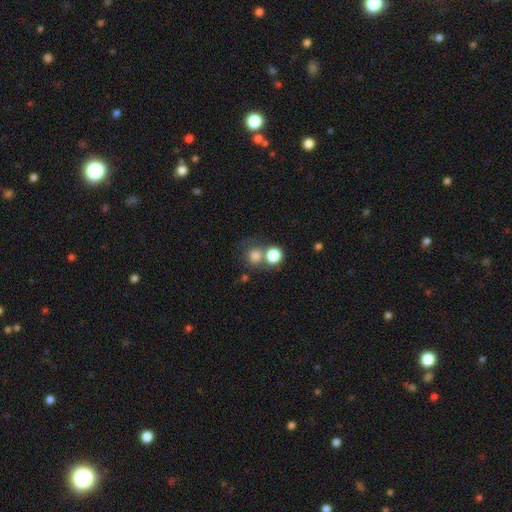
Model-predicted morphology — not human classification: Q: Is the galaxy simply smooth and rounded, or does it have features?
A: smooth — 78%.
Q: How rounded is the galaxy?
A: round — 84%.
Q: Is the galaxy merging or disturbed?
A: none — 50%.